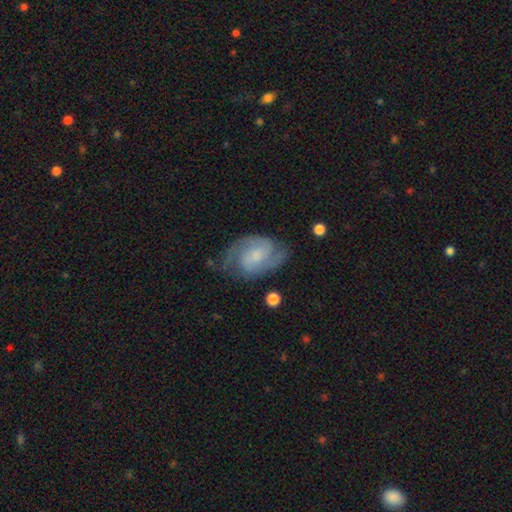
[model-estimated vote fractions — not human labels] featured or disk 81%, smooth 13%, star or artifact 6%. Down the decision tree: edge-on disk — no (97%); bar — weak (45%, tied with no); spiral arms — yes (96%); spiral arm count — 2 (83%); spiral winding — medium (50%); bulge size — small (47%); merging — none (70%).